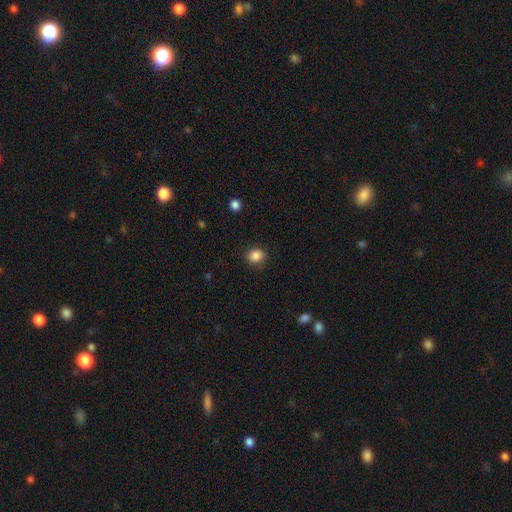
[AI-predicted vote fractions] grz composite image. It shows a smooth galaxy with no disk features (86%) that is round (80%). Merging: none (89%).